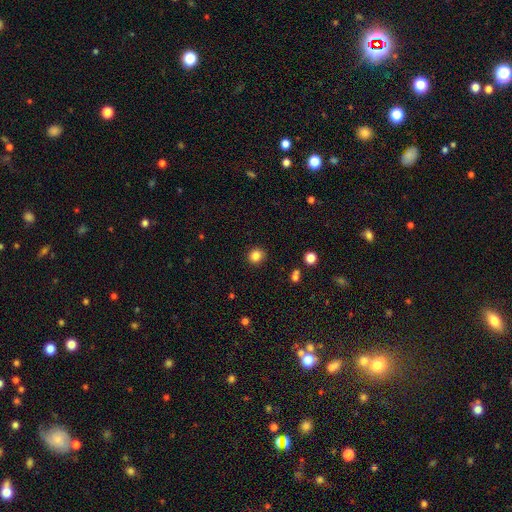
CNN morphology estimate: Q: Smooth or featured?
A: smooth (84%); runner-up: star or artifact (12%)
Q: How rounded?
A: round (87%); runner-up: in between (13%)
Q: Merging?
A: none (91%); runner-up: minor disturbance (6%)